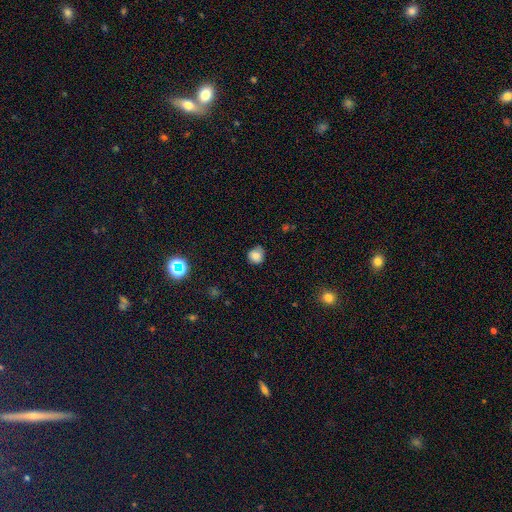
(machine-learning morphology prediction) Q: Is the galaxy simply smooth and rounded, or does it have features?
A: smooth — 82%.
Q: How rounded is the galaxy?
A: round — 88%.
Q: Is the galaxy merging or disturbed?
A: none — 74%.